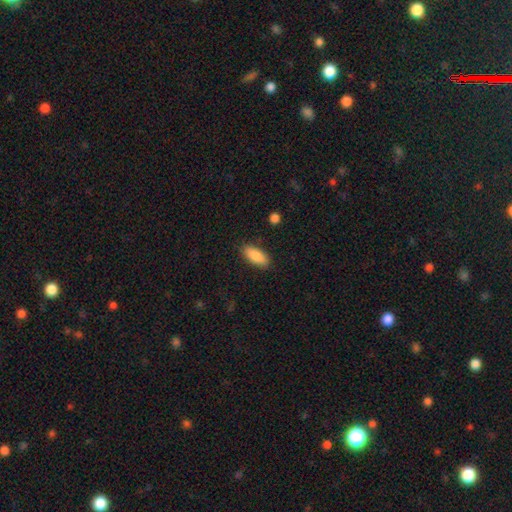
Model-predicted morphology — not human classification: Smooth or featured? smooth (88%)
How rounded? in between (80%)
Merging? none (87%)